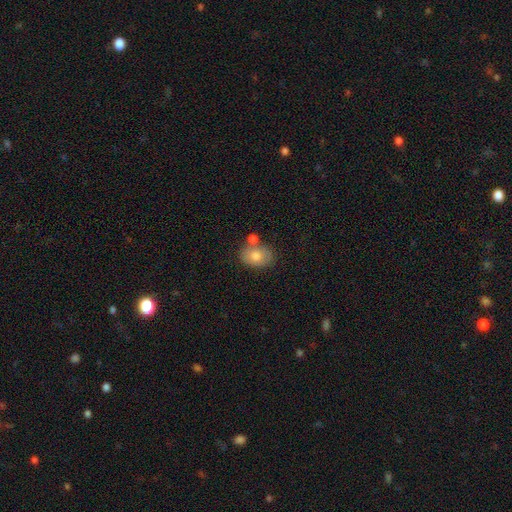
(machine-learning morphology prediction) smooth_or_featured: smooth (p=0.76) [alt: featured or disk p=0.15]
how_rounded: in between (p=0.75) [alt: round p=0.24]
merging: none (p=0.66) [alt: merger p=0.16]